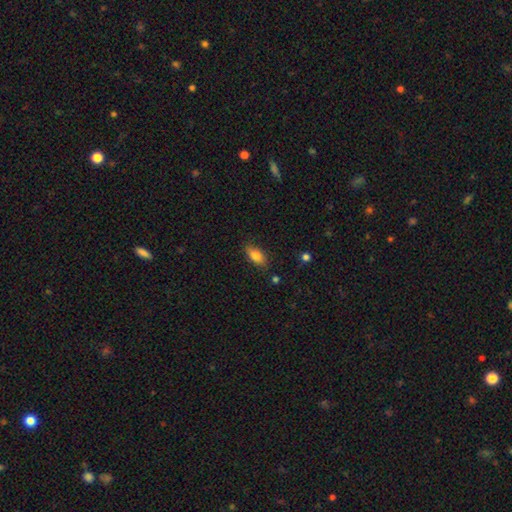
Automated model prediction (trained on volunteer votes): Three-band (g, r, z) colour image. It shows a smooth galaxy with no disk features (81%) that is in between round and cigar-shaped (83%). Merging: none (80%).